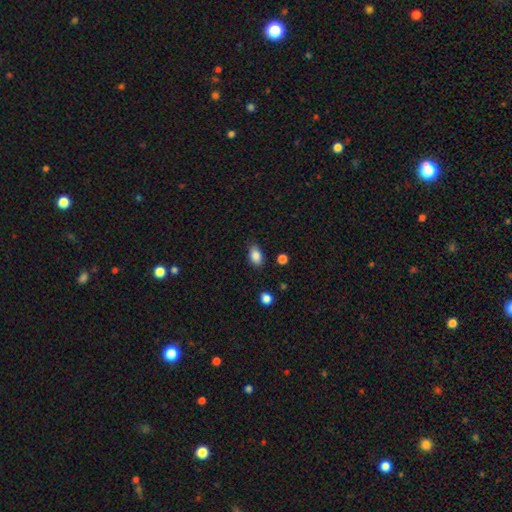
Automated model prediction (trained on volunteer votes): Q: Smooth or featured?
A: smooth (86%); runner-up: star or artifact (9%)
Q: How rounded?
A: in between (88%); runner-up: round (10%)
Q: Merging?
A: none (81%); runner-up: minor disturbance (14%)